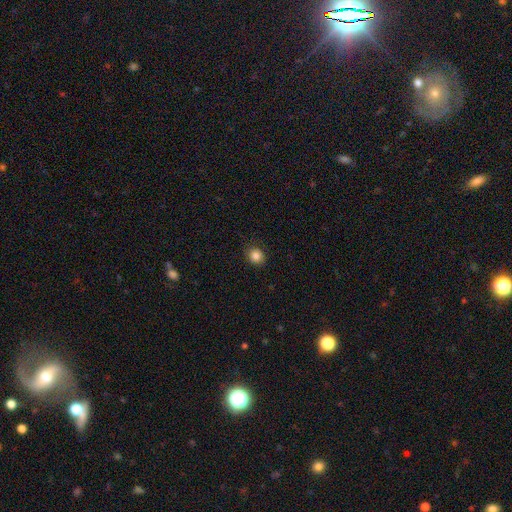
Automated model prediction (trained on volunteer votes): Morphology: type=smooth (85%); roundness=round (79%); merging=none (86%).